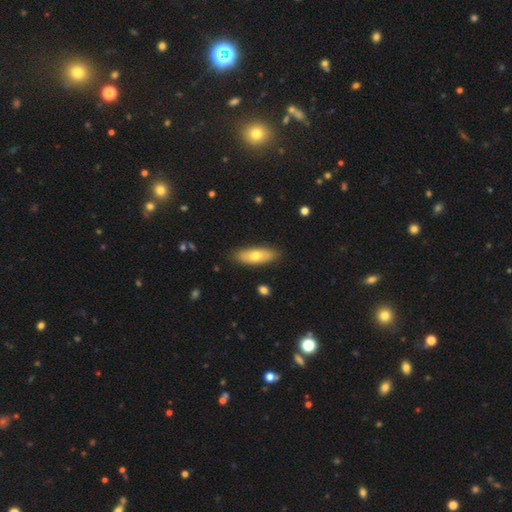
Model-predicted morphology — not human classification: A smooth galaxy with no disk features (64%) that is in between round and cigar-shaped (70%). Merging: none (86%).